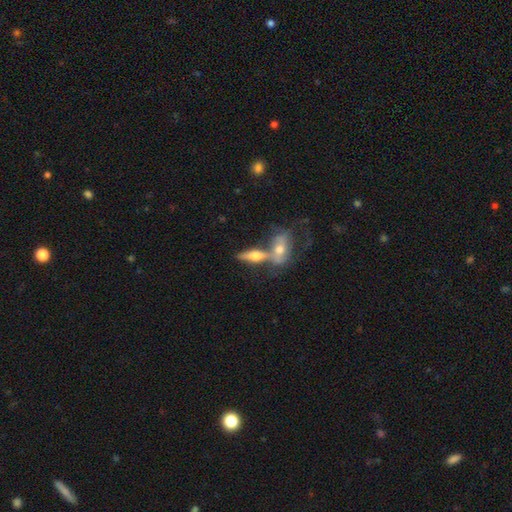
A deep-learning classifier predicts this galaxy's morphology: Q: Smooth or featured?
A: featured or disk (54%); runner-up: smooth (38%)
Q: Edge-on disk?
A: yes (80%); runner-up: no (20%)
Q: Merging?
A: merger (50%); runner-up: none (36%)